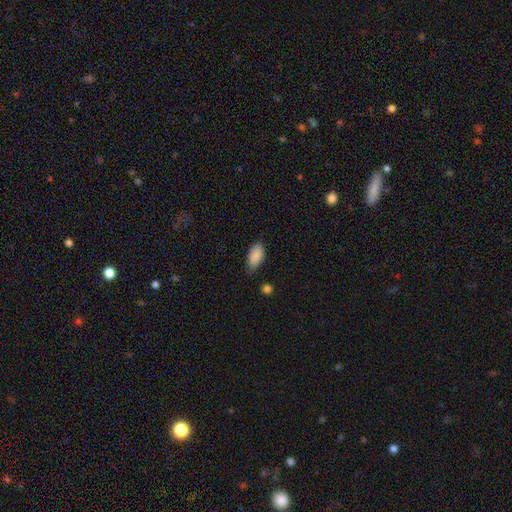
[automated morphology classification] smooth 88%, star or artifact 7%, featured or disk 5%. Down the decision tree: how rounded — in between (93%); merging — none (69%).